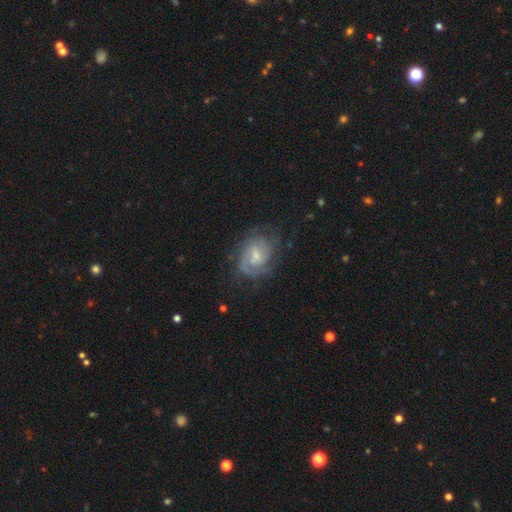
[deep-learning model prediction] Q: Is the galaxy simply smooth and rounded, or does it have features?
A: featured or disk — 76%.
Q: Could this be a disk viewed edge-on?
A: no — 97%.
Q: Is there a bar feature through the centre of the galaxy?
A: weak — 58%.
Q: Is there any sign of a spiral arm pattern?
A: yes — 91%.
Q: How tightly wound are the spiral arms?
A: tight — 51%.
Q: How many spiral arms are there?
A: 2 — 39%.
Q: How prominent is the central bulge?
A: small — 49%.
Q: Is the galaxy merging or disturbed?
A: none — 64%.